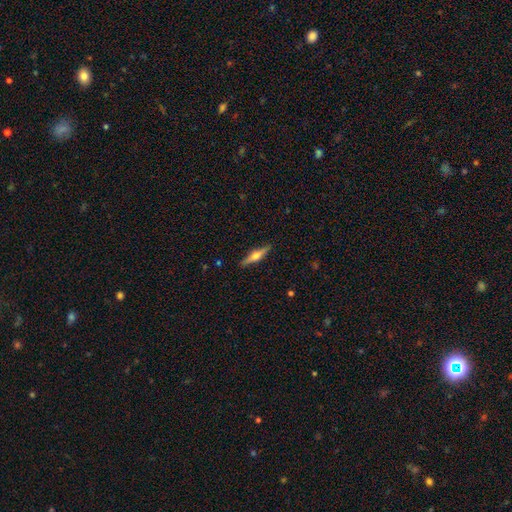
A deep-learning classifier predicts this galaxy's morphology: Smooth or featured?
  - featured or disk: 60% *
  - smooth: 34%
  - star or artifact: 6%
Edge-on disk?
  - yes: 96% *
  - no: 4%
Edge-on bulge?
  - rounded: 92% *
  - boxy: 4%
  - none: 3%
Merging?
  - none: 89% *
  - minor disturbance: 8%
  - major disturbance: 2%
  - merger: 1%